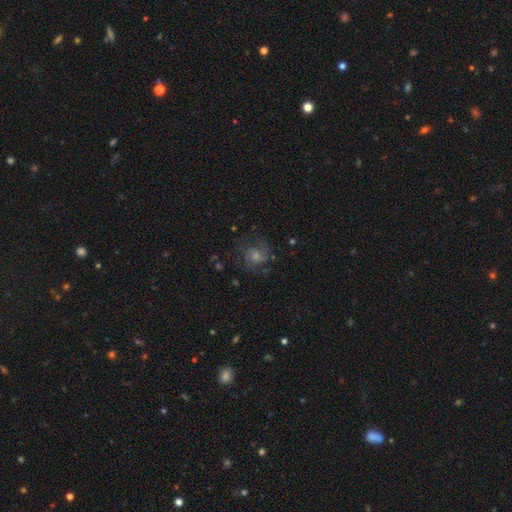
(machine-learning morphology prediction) A featured or disk galaxy (67%) with no bar (64%), 2 (62%) medium (49%) spiral arms (93%) and a moderate central bulge (44%).

Vote fractions:
- Smooth or featured? featured or disk: 67% / star or artifact: 17% / smooth: 16%
- Edge-on disk? no: 98% / yes: 2%
- Bar? no: 64% / weak: 31% / strong: 5%
- Spiral arms? yes: 93% / no: 7%
- Spiral winding? medium: 49% / tight: 37% / loose: 14%
- Spiral arm count? 2: 62% / can't tell: 18% / 3: 10% / 1: 4% / 4: 3% / more than 4: 3%
- Bulge size? moderate: 44% / small: 35% / large: 10% / none: 9% / dominant: 2%
- Merging? none: 74% / minor disturbance: 15% / major disturbance: 11% / merger: 1%